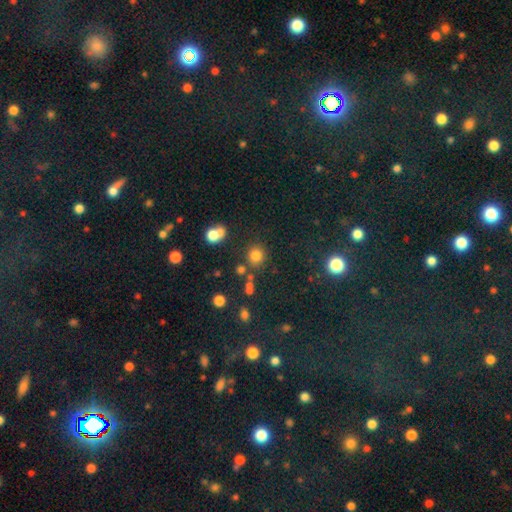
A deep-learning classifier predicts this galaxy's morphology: This is likely a smooth galaxy (77%). How rounded: clearly round (85%). Merging: likely none (75%).